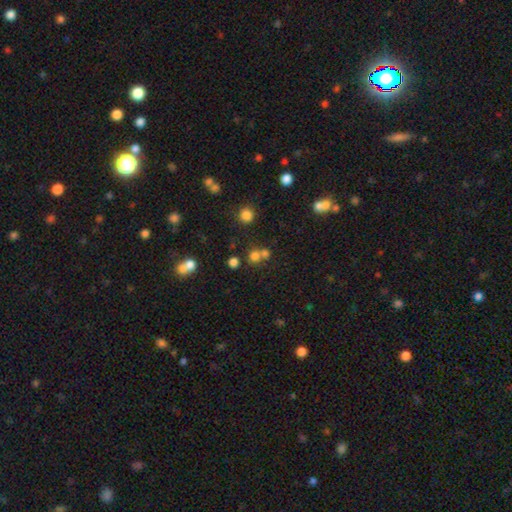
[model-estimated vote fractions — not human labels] Q: Smooth or featured?
A: smooth (70%); runner-up: star or artifact (20%)
Q: How rounded?
A: round (87%); runner-up: in between (12%)
Q: Merging?
A: none (53%); runner-up: merger (36%)